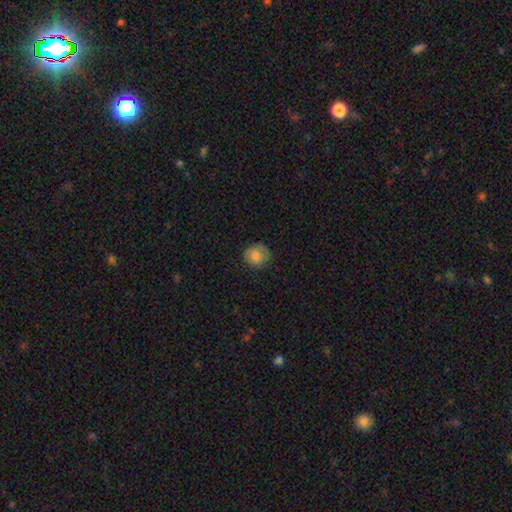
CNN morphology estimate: A smooth galaxy with no disk features (80%) that is round (85%). Merging: none (77%).